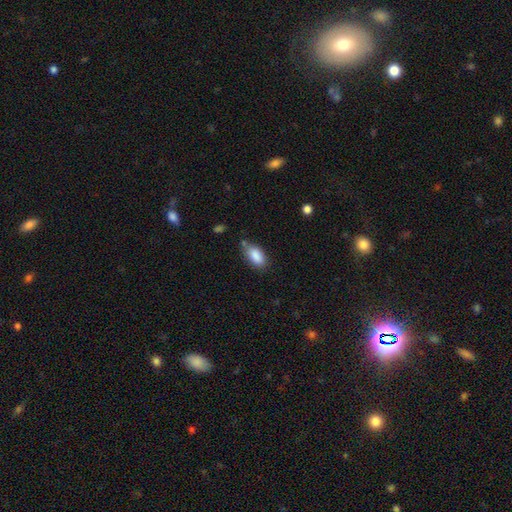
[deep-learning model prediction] smooth 87%, star or artifact 7%, featured or disk 6%. Down the decision tree: how rounded — in between (91%); merging — none (67%).